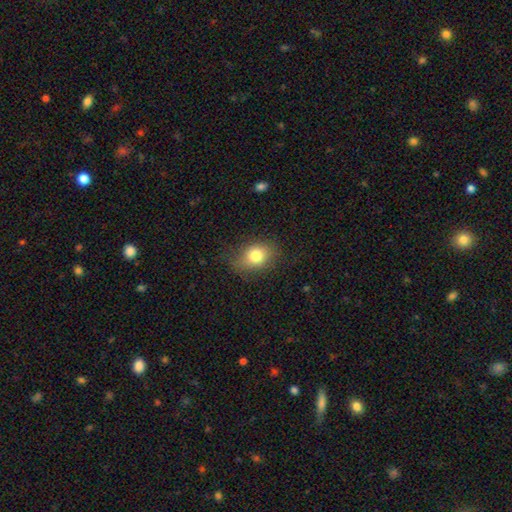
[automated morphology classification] type=smooth (78%); roundness=in between (54%); merging=none (73%).